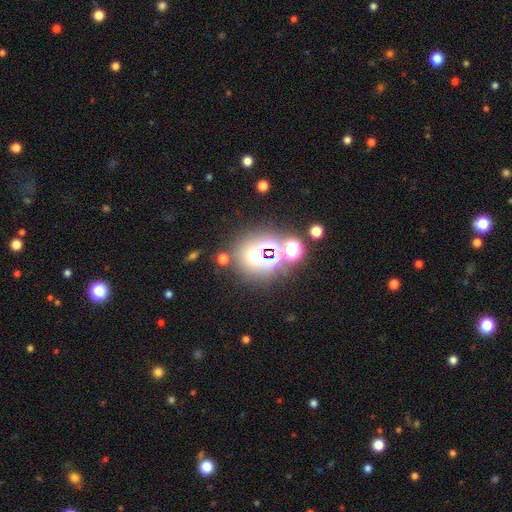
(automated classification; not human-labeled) A smooth galaxy with no disk features (45%). Merging: none (68%).